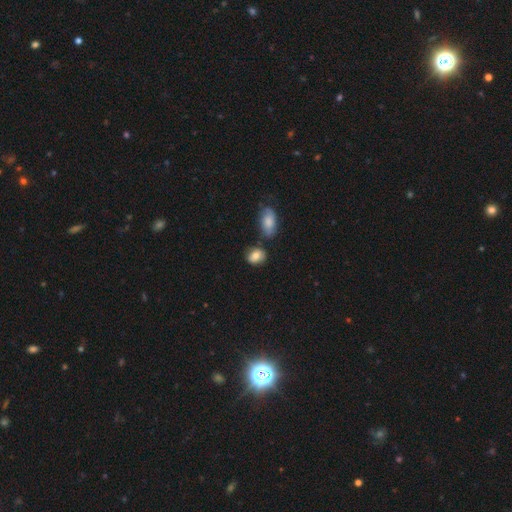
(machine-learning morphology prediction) type=smooth (79%); roundness=in between (55%); merging=none (67%).